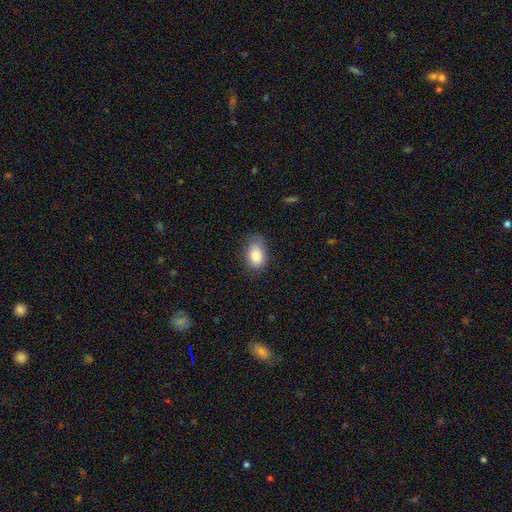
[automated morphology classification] Q: Smooth or featured?
A: smooth (83%); runner-up: featured or disk (9%)
Q: How rounded?
A: in between (84%); runner-up: round (15%)
Q: Merging?
A: none (67%); runner-up: minor disturbance (25%)